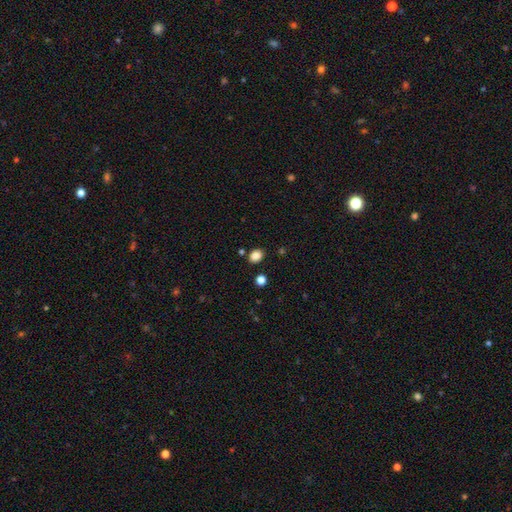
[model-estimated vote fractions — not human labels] This is clearly a smooth galaxy (85%). How rounded: possibly in between (59%). Merging: clearly none (85%).